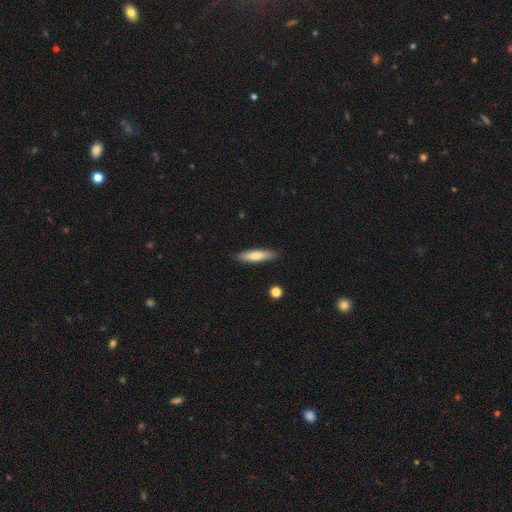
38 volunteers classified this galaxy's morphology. smooth-or-featured: smooth: 74% | featured or disk: 26% | star or artifact: 0%
  how-rounded: cigar-shaped: 75% | in between: 21% | round: 4%
  merging: none: 95% | minor disturbance: 3% | major disturbance: 3% | merger: 0%